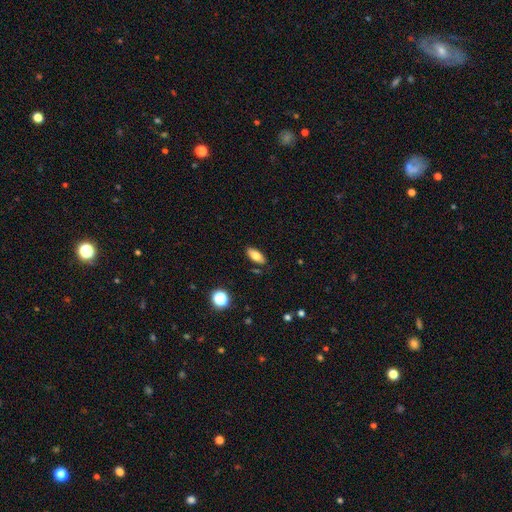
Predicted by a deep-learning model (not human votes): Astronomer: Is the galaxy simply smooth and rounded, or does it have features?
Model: smooth — 75%.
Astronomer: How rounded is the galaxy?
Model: in between — 83%.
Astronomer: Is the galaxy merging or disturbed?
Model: none — 85%.